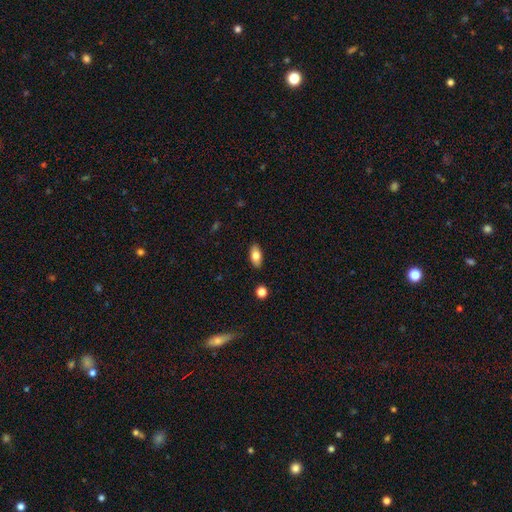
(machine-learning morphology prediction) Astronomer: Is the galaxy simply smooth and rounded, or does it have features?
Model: smooth — 78%.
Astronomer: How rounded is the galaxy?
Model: in between — 88%.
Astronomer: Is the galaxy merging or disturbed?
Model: none — 89%.